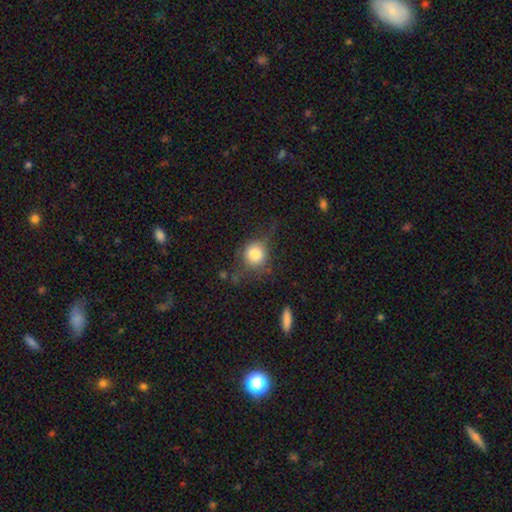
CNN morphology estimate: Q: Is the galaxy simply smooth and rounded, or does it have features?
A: smooth — 78%.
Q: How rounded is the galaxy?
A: round — 82%.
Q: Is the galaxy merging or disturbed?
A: none — 58%.